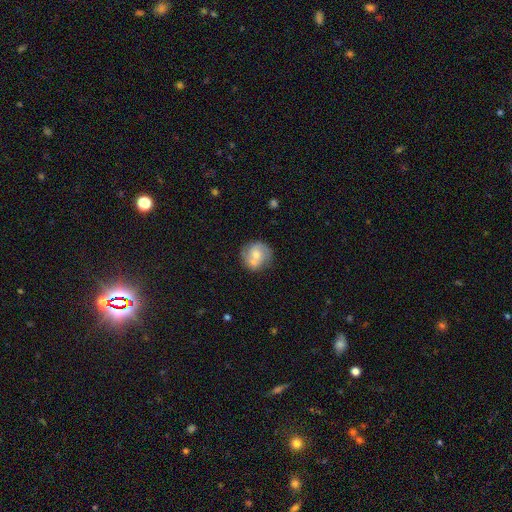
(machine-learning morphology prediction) featured or disk 49%, smooth 44%, star or artifact 7%. Down the decision tree: merging — none (55%).